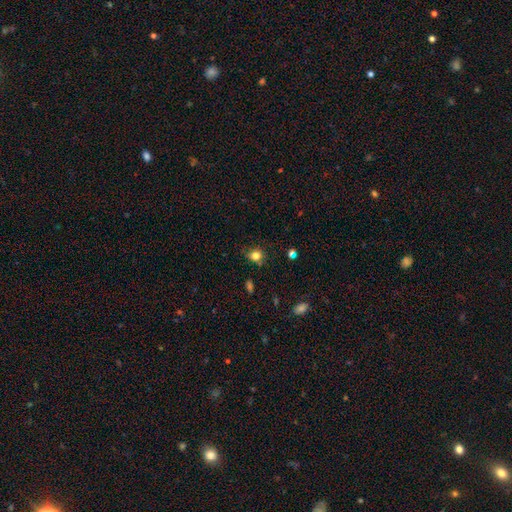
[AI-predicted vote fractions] Smooth or featured?
  - smooth: 80% *
  - star or artifact: 13%
  - featured or disk: 7%
How rounded?
  - round: 66% *
  - in between: 33%
  - cigar-shaped: 1%
Merging?
  - none: 73% *
  - minor disturbance: 20%
  - major disturbance: 5%
  - merger: 3%